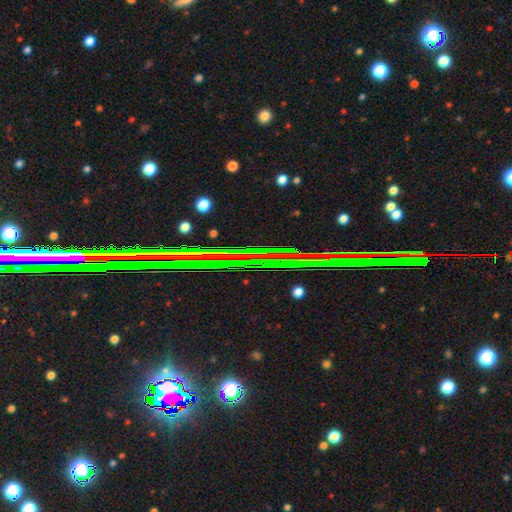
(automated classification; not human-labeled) This appears to be a star or artifact, not a galaxy (81%).